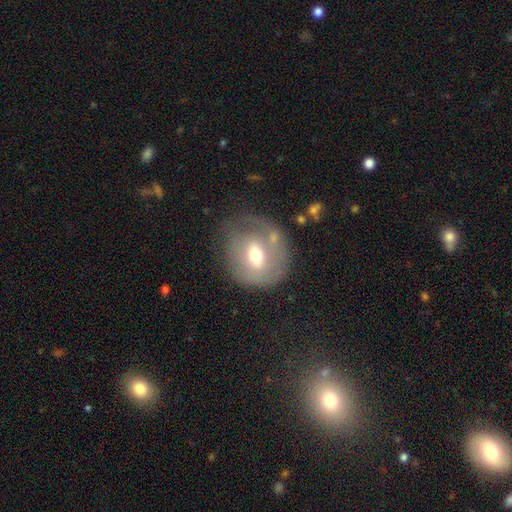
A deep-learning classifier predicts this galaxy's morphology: Q: Smooth or featured?
A: featured or disk (50%); runner-up: smooth (42%)
Q: Merging?
A: none (56%); runner-up: minor disturbance (24%)